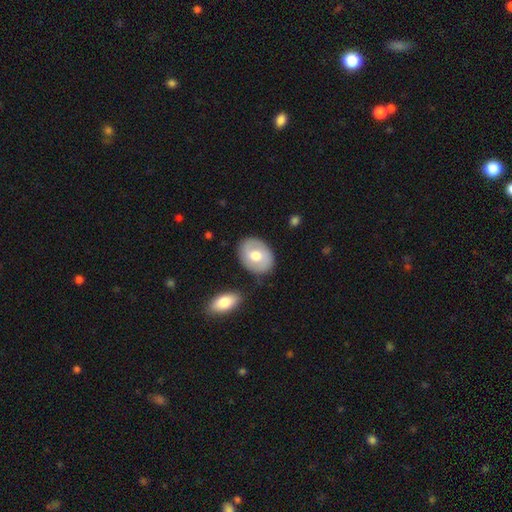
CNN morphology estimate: A smooth galaxy with no disk features (56%) that is in between round and cigar-shaped (71%). Merging: none (80%).